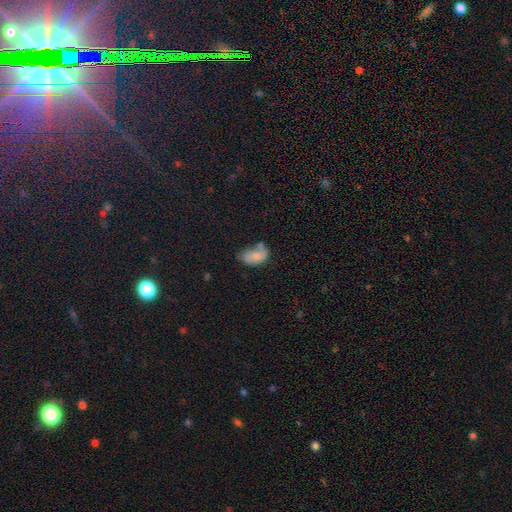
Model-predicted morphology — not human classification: smooth-or-featured: smooth: 65% | featured or disk: 26% | star or artifact: 9%
  how-rounded: in between: 90% | round: 9% | cigar-shaped: 2%
  merging: none: 36% | minor disturbance: 33% | major disturbance: 16% | merger: 15%